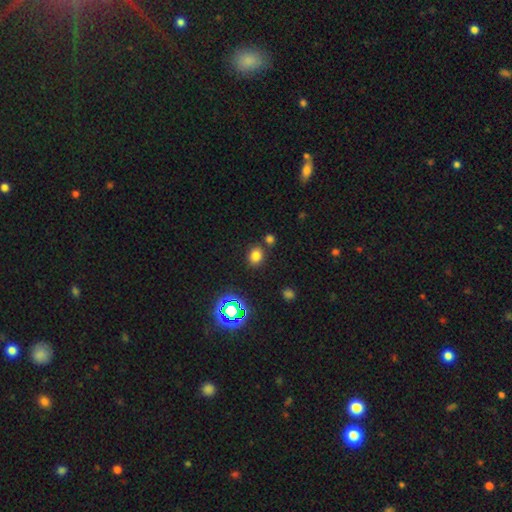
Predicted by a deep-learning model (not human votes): Smooth or featured? Predicted: smooth (p=0.73). How rounded? Predicted: round (p=0.51). Merging? Predicted: none (p=0.77).